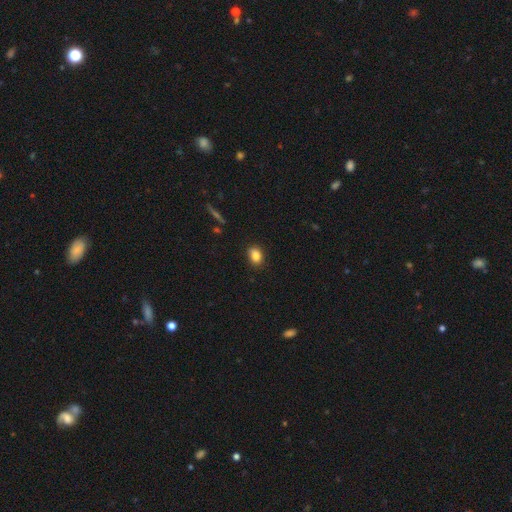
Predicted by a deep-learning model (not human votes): smooth_or_featured: smooth (p=0.85) [alt: star or artifact p=0.09]
how_rounded: in between (p=0.75) [alt: round p=0.23]
merging: none (p=0.84) [alt: minor disturbance p=0.12]